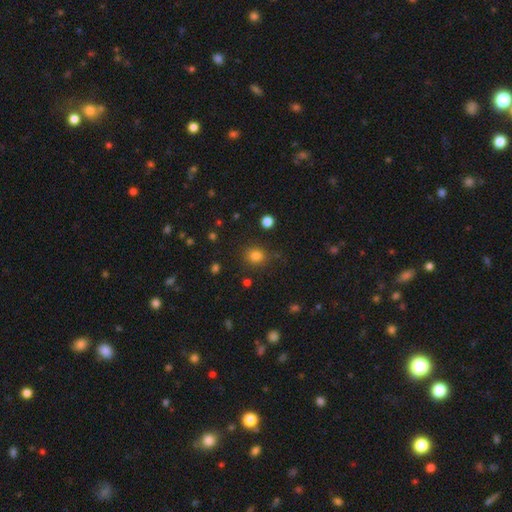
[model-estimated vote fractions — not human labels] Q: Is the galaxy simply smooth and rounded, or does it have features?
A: smooth — 79%.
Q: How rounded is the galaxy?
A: round — 77%.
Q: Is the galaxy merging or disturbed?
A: none — 81%.